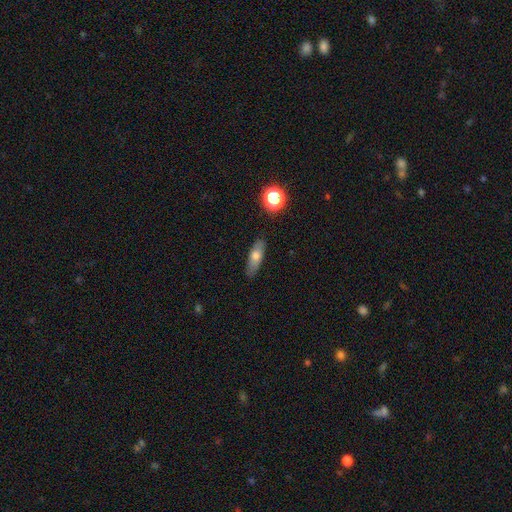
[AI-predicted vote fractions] Q: Smooth or featured?
A: smooth (66%); runner-up: featured or disk (25%)
Q: How rounded?
A: in between (56%); runner-up: cigar-shaped (39%)
Q: Merging?
A: none (84%); runner-up: minor disturbance (12%)